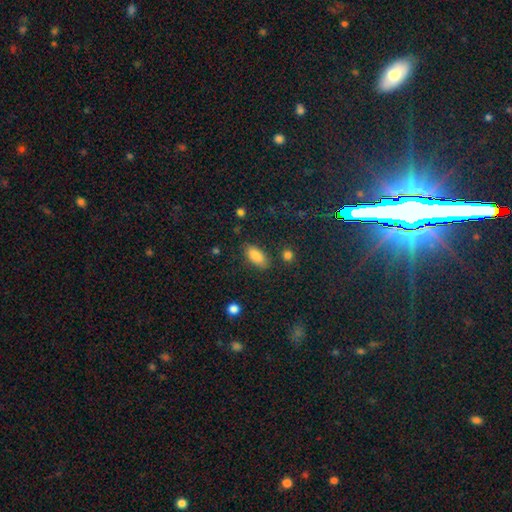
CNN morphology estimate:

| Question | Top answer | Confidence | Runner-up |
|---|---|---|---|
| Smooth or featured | smooth | 85% | star or artifact (9%) |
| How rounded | in between | 90% | cigar-shaped (7%) |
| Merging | none | 81% | minor disturbance (13%) |